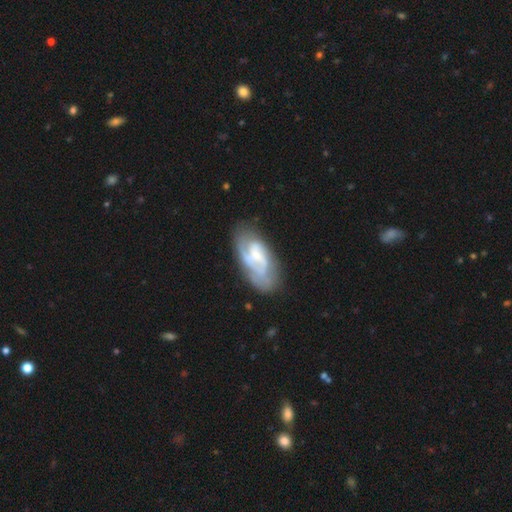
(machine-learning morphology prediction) type=featured or disk (74%); edge-on=no (94%); bar=weak (46%); spiral arms=yes (90%); winding=medium (43%); arm count=2 (49%); bulge=small (51%); merging=none (67%).